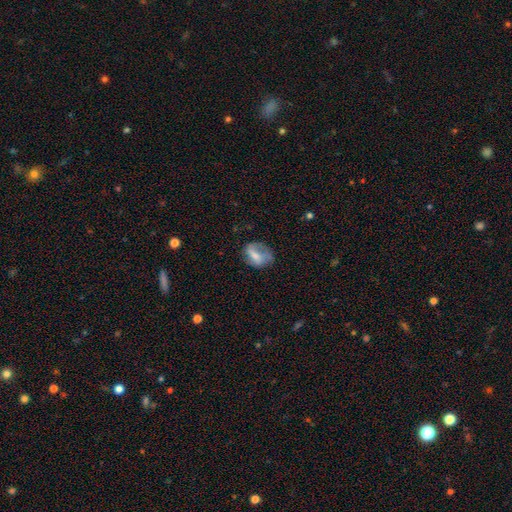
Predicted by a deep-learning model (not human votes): Smooth or featured?
  - smooth: 58% *
  - featured or disk: 34%
  - star or artifact: 8%
How rounded?
  - in between: 62% *
  - round: 35%
  - cigar-shaped: 3%
Merging?
  - none: 47% *
  - minor disturbance: 29%
  - major disturbance: 21%
  - merger: 2%